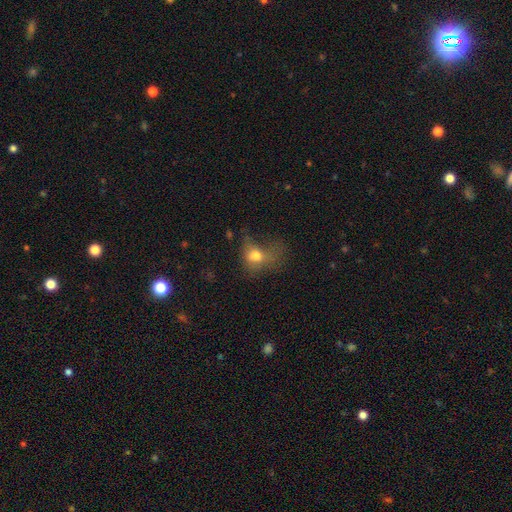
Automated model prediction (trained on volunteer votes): A smooth galaxy with no disk features (68%) that is in between round and cigar-shaped (59%).

Vote fractions:
- Smooth or featured? smooth: 68% / featured or disk: 19% / star or artifact: 12%
- How rounded? in between: 59% / round: 39% / cigar-shaped: 2%
- Merging? major disturbance: 52% / minor disturbance: 23% / none: 21% / merger: 4%